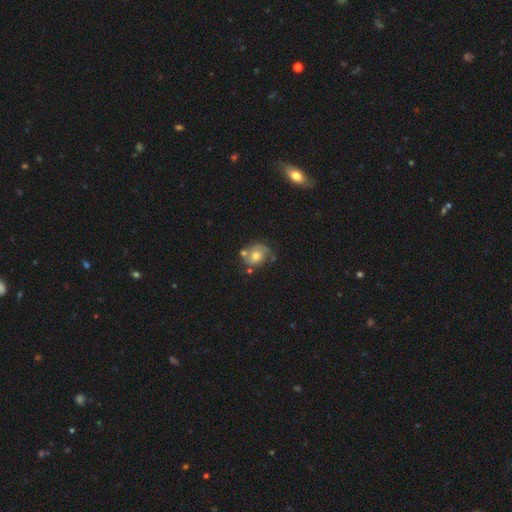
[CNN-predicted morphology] Smooth or featured: smooth — 50% (featured or disk — 40%)
How rounded: round — 53% (in between — 46%)
Merging: none — 52% (minor disturbance — 24%)